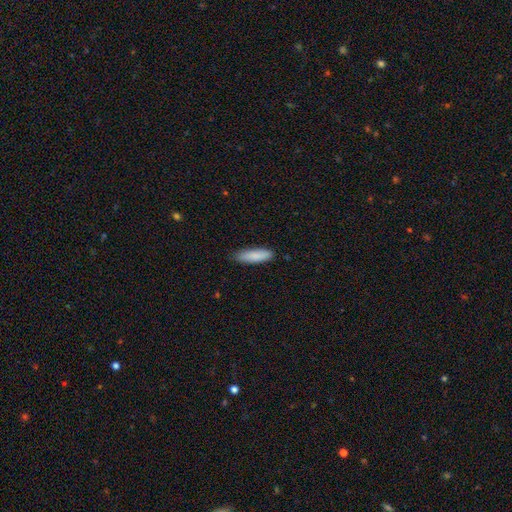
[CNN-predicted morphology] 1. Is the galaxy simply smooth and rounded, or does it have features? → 87% smooth, 7% featured or disk, 6% star or artifact.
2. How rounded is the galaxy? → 62% cigar-shaped, 37% in between, 1% round.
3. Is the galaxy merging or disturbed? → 85% none, 12% minor disturbance, 2% major disturbance, 1% merger.